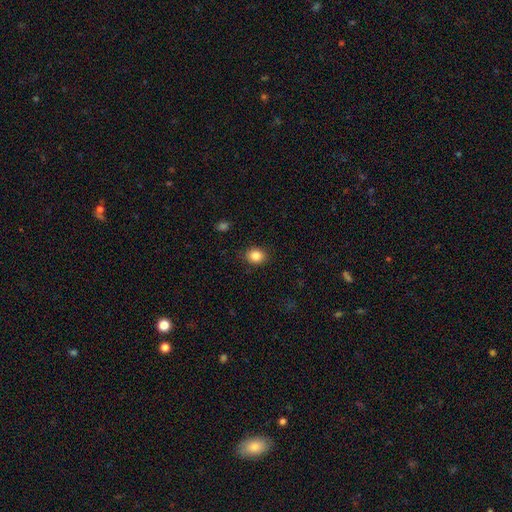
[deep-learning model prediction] A smooth galaxy with no disk features (86%) that is round (59%).

Vote fractions:
- Smooth or featured? smooth: 86% / star or artifact: 10% / featured or disk: 5%
- How rounded? round: 59% / in between: 40% / cigar-shaped: 1%
- Merging? none: 88% / minor disturbance: 9% / major disturbance: 3% / merger: 1%